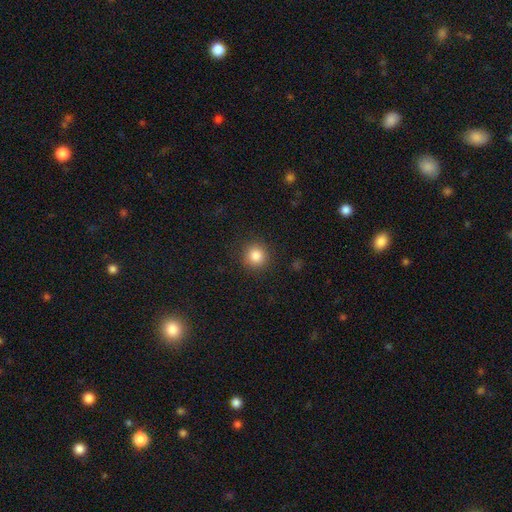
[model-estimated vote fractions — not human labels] Overall: smooth (85%). How rounded: round (93%). Merging: none (90%).